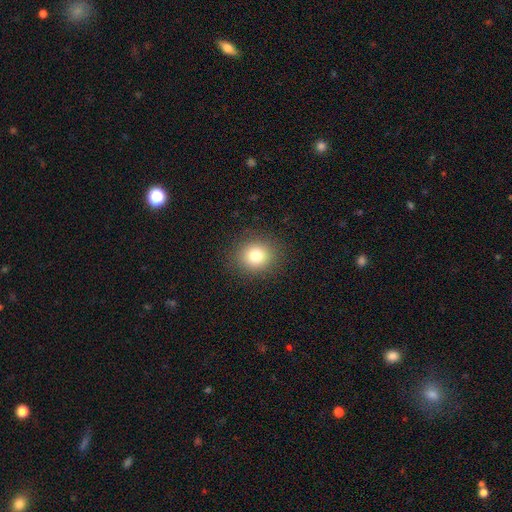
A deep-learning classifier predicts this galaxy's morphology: smooth 80%, star or artifact 12%, featured or disk 8%. Down the decision tree: how rounded — round (77%); merging — none (89%).